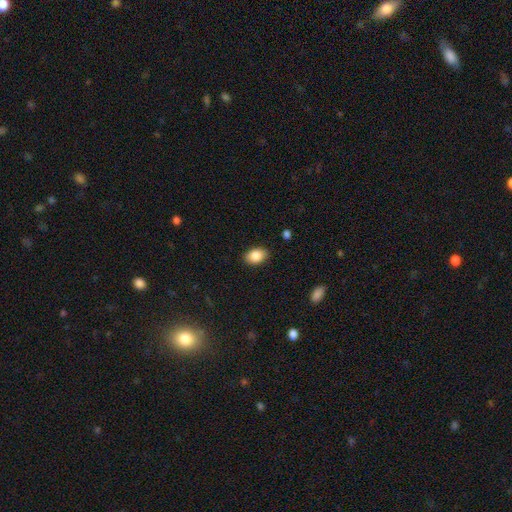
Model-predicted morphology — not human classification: type=smooth (87%); roundness=in between (83%); merging=none (87%).